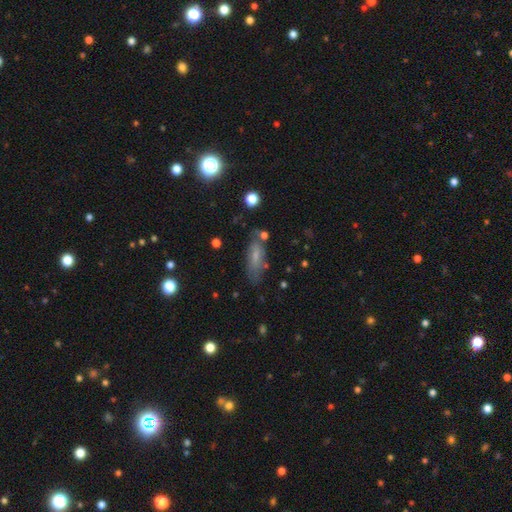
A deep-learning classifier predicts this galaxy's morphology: Smooth or featured? Predicted: smooth (p=0.60). How rounded? Predicted: in between (p=0.59). Merging? Predicted: none (p=0.66).